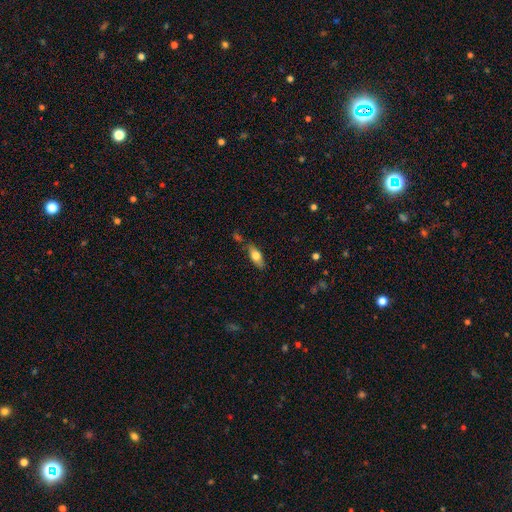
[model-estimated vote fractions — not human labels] A smooth galaxy with no disk features (69%) that is in between round and cigar-shaped (77%).

Vote fractions:
- Smooth or featured? smooth: 69% / featured or disk: 24% / star or artifact: 7%
- How rounded? in between: 77% / cigar-shaped: 20% / round: 3%
- Merging? none: 69% / minor disturbance: 19% / merger: 7% / major disturbance: 5%